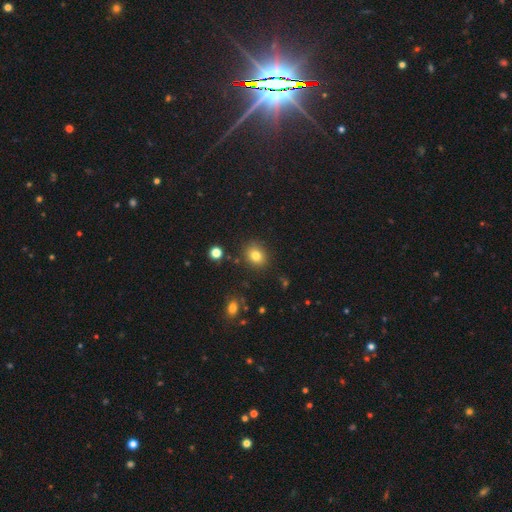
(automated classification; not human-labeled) smooth 81%, star or artifact 12%, featured or disk 8%. Down the decision tree: how rounded — round (56%); merging — none (85%).